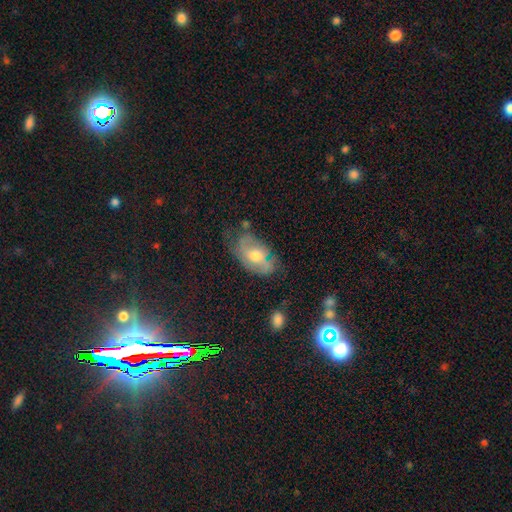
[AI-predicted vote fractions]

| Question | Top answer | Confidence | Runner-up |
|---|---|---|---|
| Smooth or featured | featured or disk | 55% | smooth (35%) |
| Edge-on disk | no | 92% | yes (8%) |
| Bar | no | 68% | weak (26%) |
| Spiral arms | yes | 67% | no (33%) |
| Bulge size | moderate | 69% | small (15%) |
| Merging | none | 52% | minor disturbance (30%) |